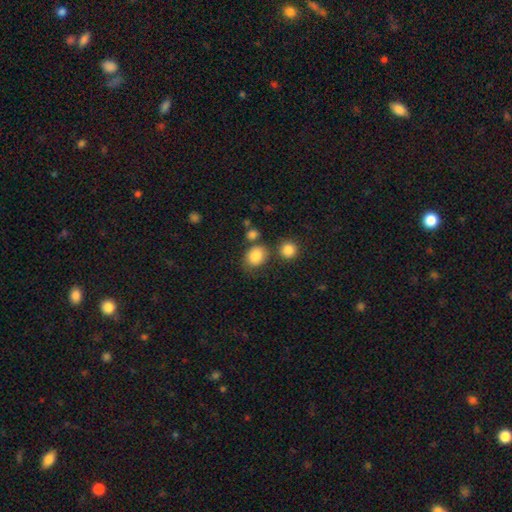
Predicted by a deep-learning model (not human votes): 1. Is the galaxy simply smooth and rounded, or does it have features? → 84% smooth, 10% star or artifact, 7% featured or disk.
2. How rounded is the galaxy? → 55% round, 44% in between, 1% cigar-shaped.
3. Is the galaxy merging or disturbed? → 66% none, 16% minor disturbance, 13% merger, 5% major disturbance.